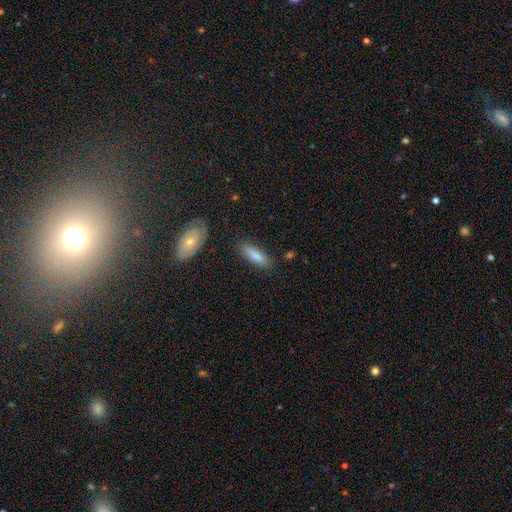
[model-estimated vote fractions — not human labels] The model was most divided on "how rounded": cigar-shaped: 53%, in between: 46%, round: 2%. More confident: smooth or featured — smooth (82%); merging — none (81%).